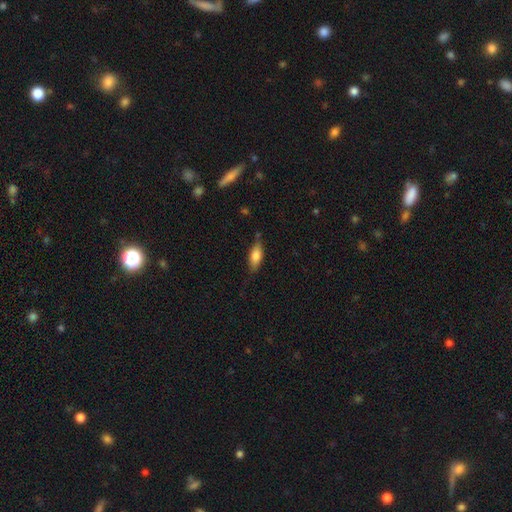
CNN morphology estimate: A smooth galaxy with no disk features (76%) that is in between round and cigar-shaped (74%). Merging: none (75%).